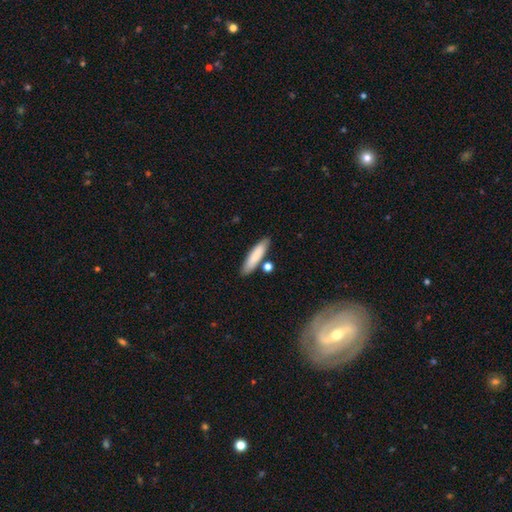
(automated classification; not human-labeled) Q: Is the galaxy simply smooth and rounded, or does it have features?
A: smooth — 82%.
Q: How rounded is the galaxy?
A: cigar-shaped — 75%.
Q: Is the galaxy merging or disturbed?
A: none — 77%.